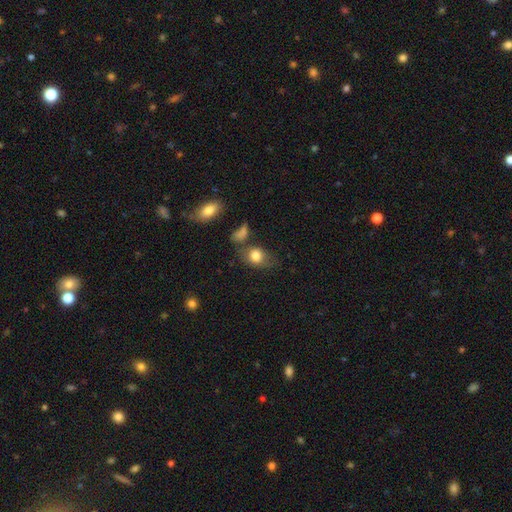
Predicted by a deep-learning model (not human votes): smooth-or-featured: smooth: 80% | featured or disk: 12% | star or artifact: 9%
  how-rounded: in between: 66% | round: 32% | cigar-shaped: 2%
  merging: none: 54% | minor disturbance: 23% | merger: 13% | major disturbance: 10%